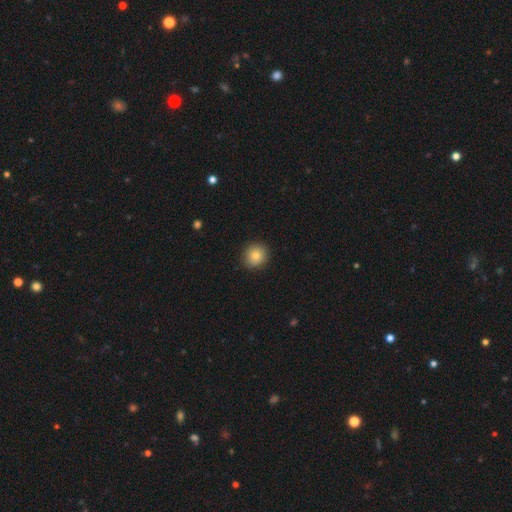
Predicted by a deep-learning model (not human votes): Smooth or featured: smooth — 82% (star or artifact — 9%)
How rounded: round — 88% (in between — 11%)
Merging: none — 90% (minor disturbance — 7%)